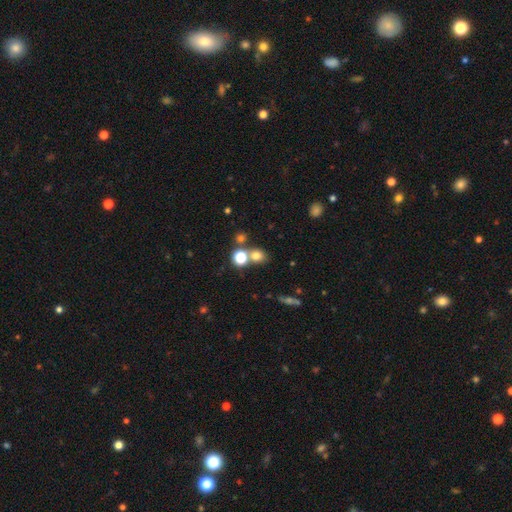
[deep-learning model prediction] This appears to be a smooth galaxy with no disk features (71%) that is round (72%). Merging: none (59%).